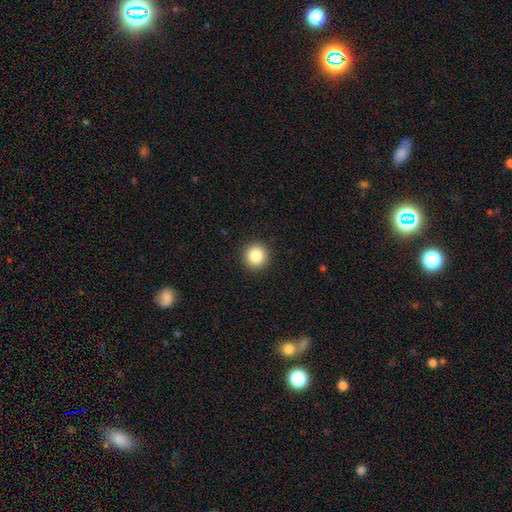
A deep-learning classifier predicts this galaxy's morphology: smooth 85%, star or artifact 10%, featured or disk 5%. Down the decision tree: how rounded — round (95%); merging — none (93%).